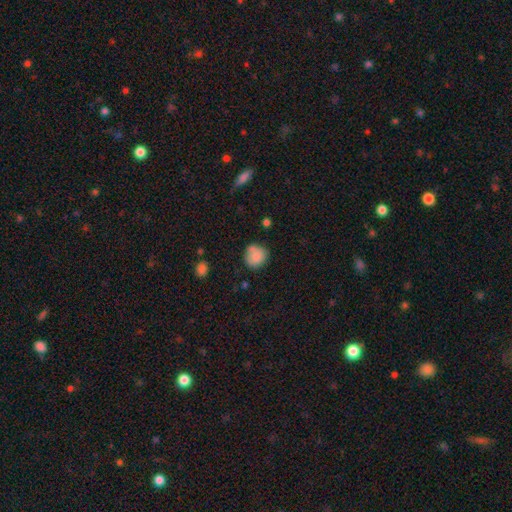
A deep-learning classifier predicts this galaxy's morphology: type=smooth (84%); roundness=round (84%); merging=none (66%).